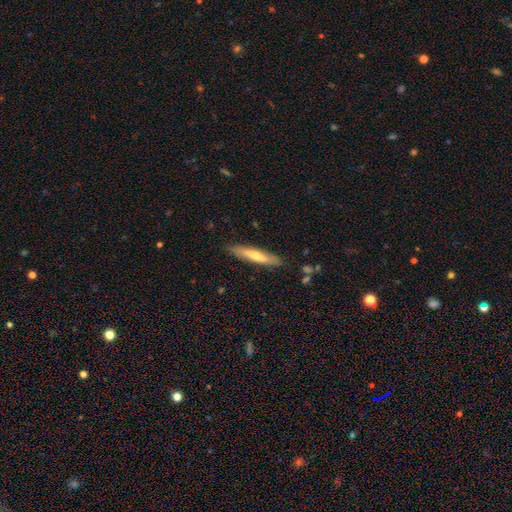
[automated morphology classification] This is possibly a smooth galaxy (50%). Merging: clearly none (87%).